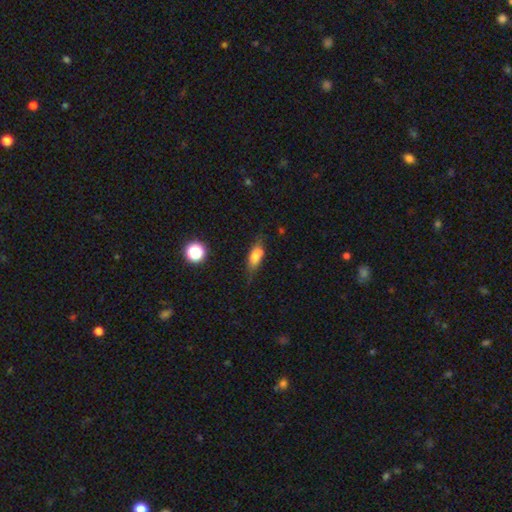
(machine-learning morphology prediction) Q: Smooth or featured?
A: smooth (68%); runner-up: featured or disk (21%)
Q: How rounded?
A: in between (69%); runner-up: cigar-shaped (25%)
Q: Merging?
A: none (57%); runner-up: minor disturbance (24%)